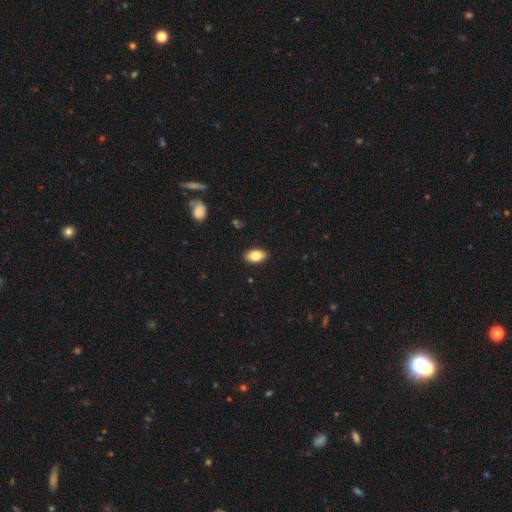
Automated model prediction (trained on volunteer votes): Smooth or featured? smooth (81%)
How rounded? in between (92%)
Merging? none (89%)